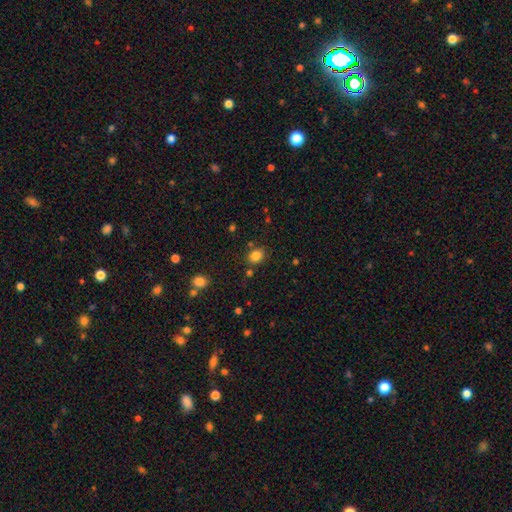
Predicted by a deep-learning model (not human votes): smooth_or_featured: smooth (p=0.82) [alt: star or artifact p=0.12]
how_rounded: round (p=0.52) [alt: in between p=0.47]
merging: none (p=0.79) [alt: minor disturbance p=0.12]